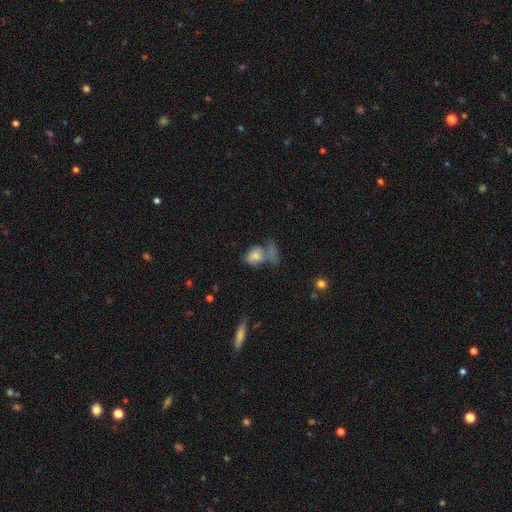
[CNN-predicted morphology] A smooth galaxy with no disk features (61%) that is in between round and cigar-shaped (67%).

Vote fractions:
- Smooth or featured? smooth: 61% / featured or disk: 24% / star or artifact: 15%
- How rounded? in between: 67% / round: 30% / cigar-shaped: 4%
- Merging? merger: 37% / none: 31% / major disturbance: 16% / minor disturbance: 15%